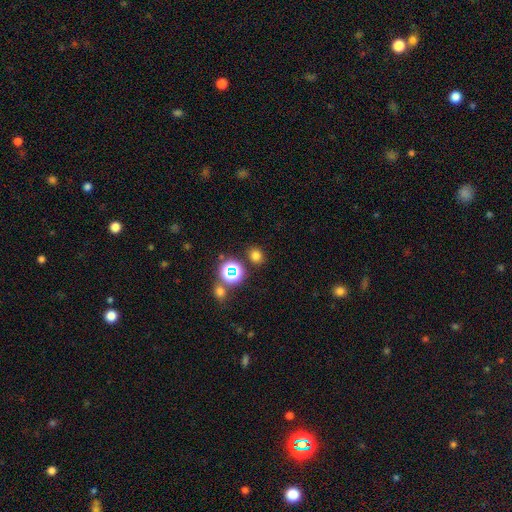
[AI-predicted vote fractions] smooth 70%, star or artifact 24%, featured or disk 6%. Down the decision tree: how rounded — round (71%); merging — none (83%).